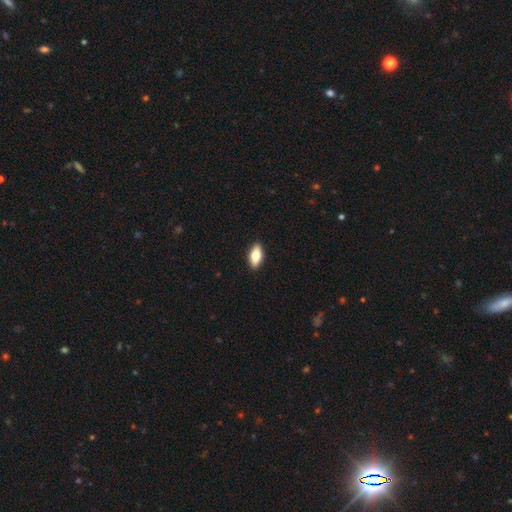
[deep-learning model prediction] smooth_or_featured: smooth (p=0.75) [alt: featured or disk p=0.18]
how_rounded: in between (p=0.86) [alt: cigar-shaped p=0.11]
merging: none (p=0.90) [alt: minor disturbance p=0.07]